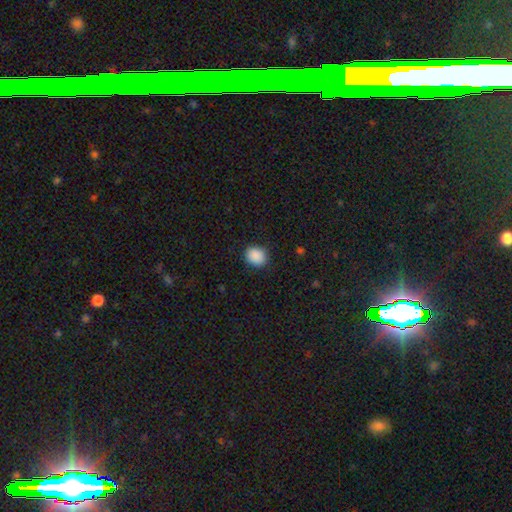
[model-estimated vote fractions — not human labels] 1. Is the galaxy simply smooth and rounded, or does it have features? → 90% smooth, 8% star or artifact, 2% featured or disk.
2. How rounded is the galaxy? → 63% round, 36% in between, 1% cigar-shaped.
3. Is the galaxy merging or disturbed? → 89% none, 8% minor disturbance, 2% major disturbance, 1% merger.